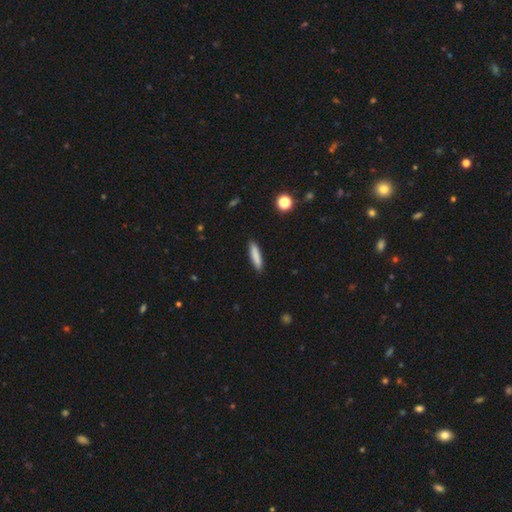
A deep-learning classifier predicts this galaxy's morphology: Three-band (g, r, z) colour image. It shows a smooth galaxy with no disk features (85%) that is cigar-shaped (84%). Merging: none (90%).